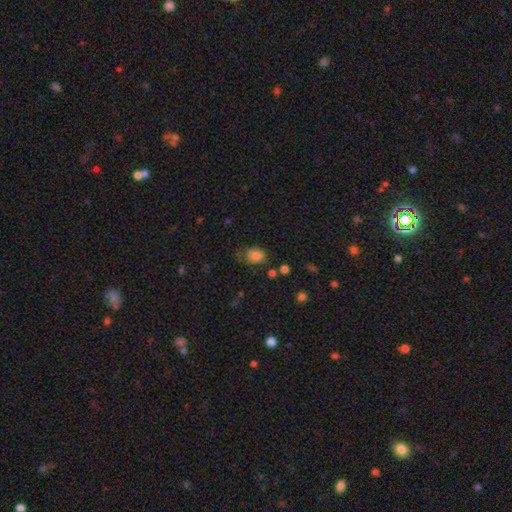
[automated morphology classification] smooth-or-featured: smooth: 81% | star or artifact: 11% | featured or disk: 8%
  how-rounded: in between: 71% | round: 28% | cigar-shaped: 1%
  merging: none: 49% | minor disturbance: 33% | major disturbance: 14% | merger: 4%